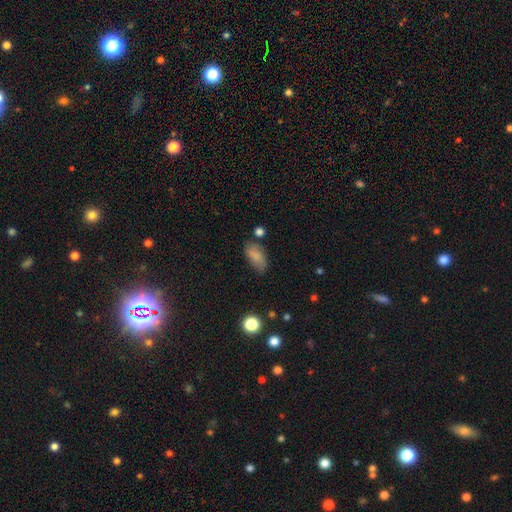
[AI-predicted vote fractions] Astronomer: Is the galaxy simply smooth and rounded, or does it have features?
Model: smooth — 80%.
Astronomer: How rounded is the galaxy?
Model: in between — 91%.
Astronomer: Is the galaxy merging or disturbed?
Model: none — 63%.